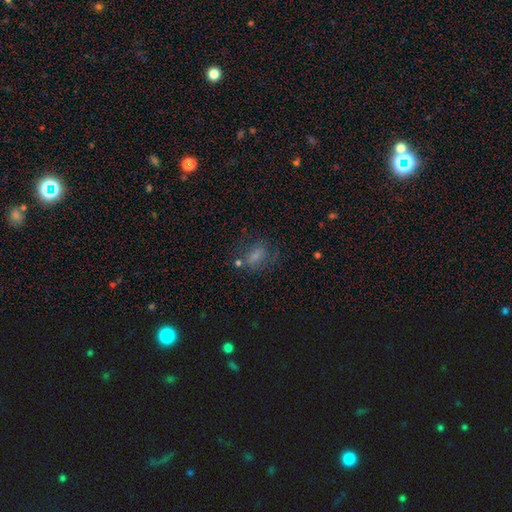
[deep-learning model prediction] Smooth or featured?
  - smooth: 63% *
  - featured or disk: 22%
  - star or artifact: 15%
How rounded?
  - in between: 74% *
  - round: 17%
  - cigar-shaped: 9%
Merging?
  - none: 50% *
  - minor disturbance: 22%
  - major disturbance: 20%
  - merger: 9%